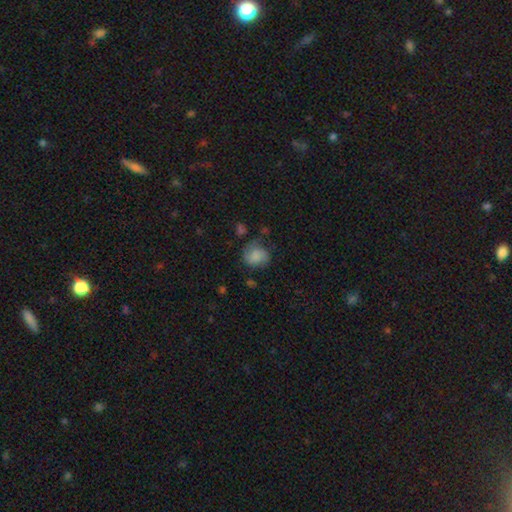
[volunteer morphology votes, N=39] Smooth or featured? 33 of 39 (85%) said smooth. How rounded? 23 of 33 (70%) said round. Merging? 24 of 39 (62%) said none.